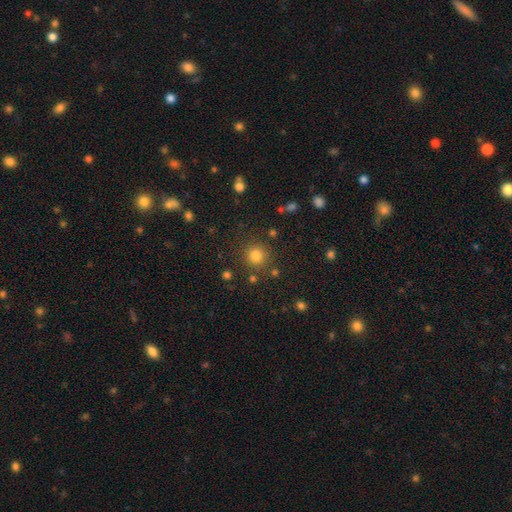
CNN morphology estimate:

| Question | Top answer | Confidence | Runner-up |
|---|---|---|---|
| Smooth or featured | smooth | 80% | star or artifact (14%) |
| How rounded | round | 93% | in between (6%) |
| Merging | none | 85% | minor disturbance (8%) |